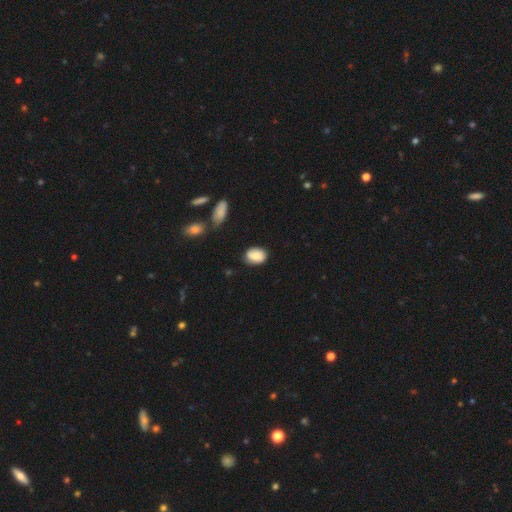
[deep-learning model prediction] A smooth galaxy with no disk features (79%) that is in between round and cigar-shaped (76%). Merging: none (68%).